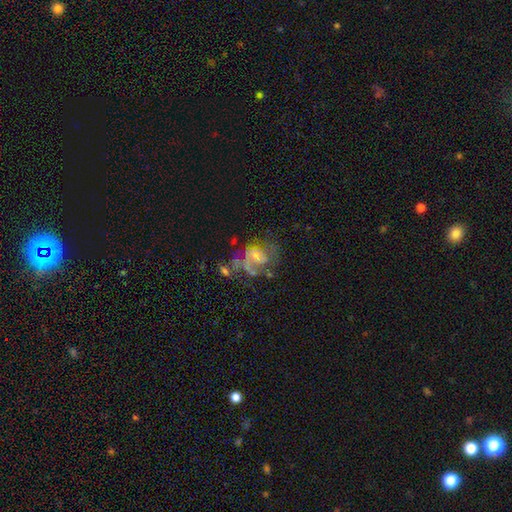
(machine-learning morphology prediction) A featured or disk galaxy (75%) with no bar (46%), 2 (38%) medium (44%) spiral arms (75%) and a small central bulge (53%). Merging: major disturbance (35%).